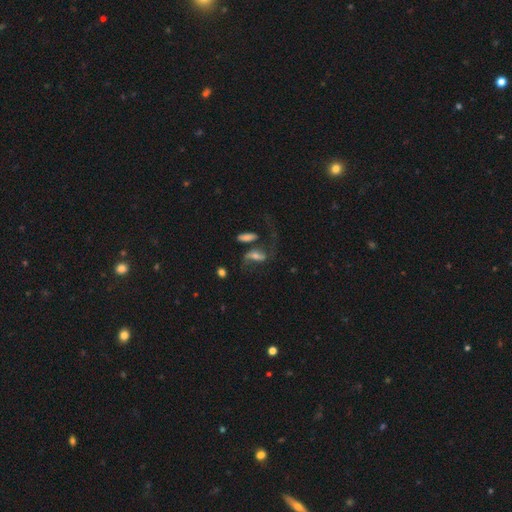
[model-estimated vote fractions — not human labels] Smooth or featured: featured or disk — 61% (smooth — 29%)
Edge-on disk: no — 88% (yes — 12%)
Bar: no — 37% (weak — 32%)
Spiral arms: yes — 83% (no — 17%)
Bulge size: moderate — 47% (small — 35%)
Merging: none — 39% (major disturbance — 29%)